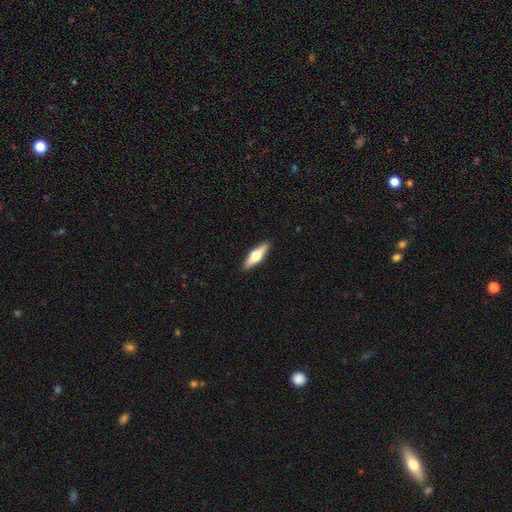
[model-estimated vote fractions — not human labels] A featured or disk galaxy (53%) viewed edge-on (94%).

Vote fractions:
- Smooth or featured? featured or disk: 53% / smooth: 42% / star or artifact: 5%
- Edge-on disk? yes: 94% / no: 6%
- Merging? none: 90% / minor disturbance: 7% / major disturbance: 2% / merger: 1%